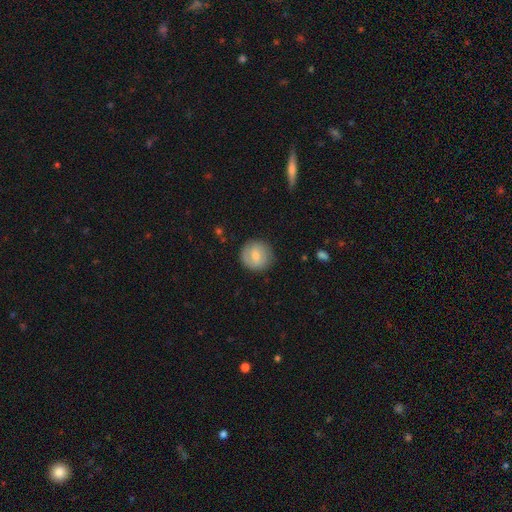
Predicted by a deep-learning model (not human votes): This is possibly a smooth galaxy (55%). How rounded: clearly round (91%). Merging: clearly none (84%).